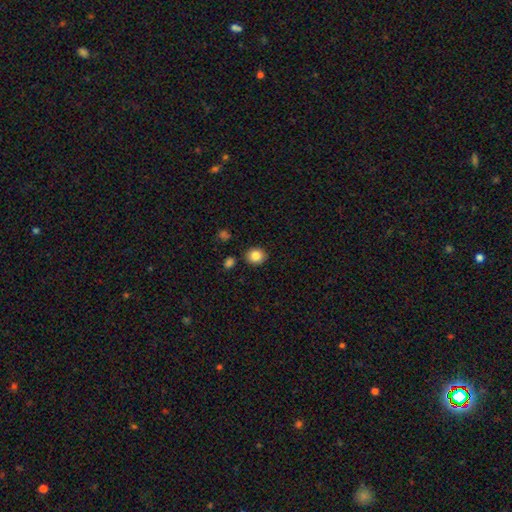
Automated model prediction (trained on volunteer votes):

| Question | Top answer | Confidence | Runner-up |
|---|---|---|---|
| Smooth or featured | smooth | 85% | star or artifact (9%) |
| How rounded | round | 75% | in between (24%) |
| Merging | none | 87% | minor disturbance (8%) |